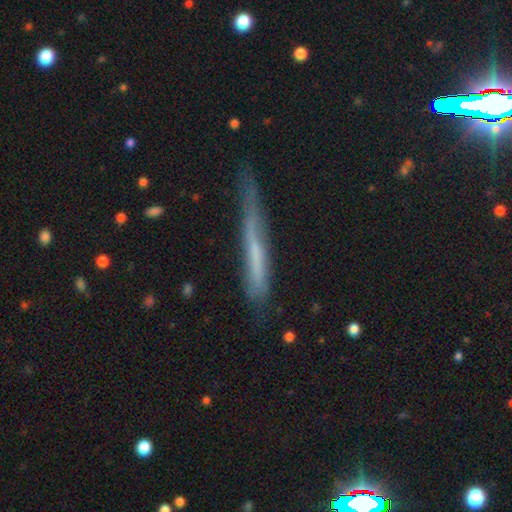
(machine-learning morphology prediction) type=smooth (48%); merging=none (59%).